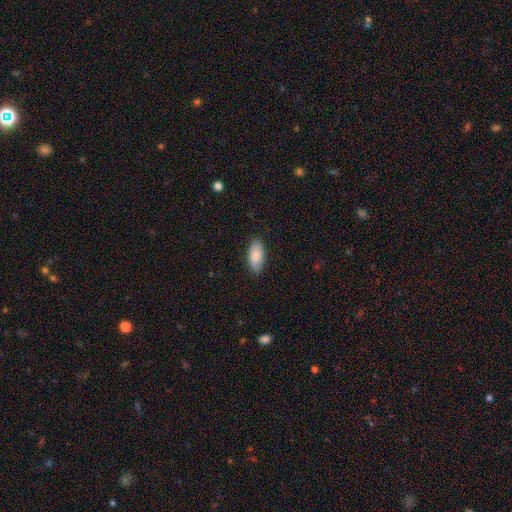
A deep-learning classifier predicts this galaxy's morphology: type=smooth (86%); roundness=in between (91%); merging=none (86%).